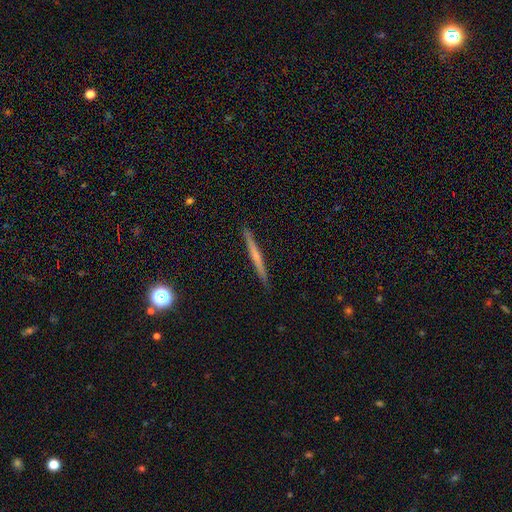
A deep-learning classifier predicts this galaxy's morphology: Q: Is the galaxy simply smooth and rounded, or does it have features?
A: featured or disk — 57%.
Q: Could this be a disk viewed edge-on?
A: yes — 98%.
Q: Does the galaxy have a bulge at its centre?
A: none — 54%.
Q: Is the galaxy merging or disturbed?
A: none — 91%.